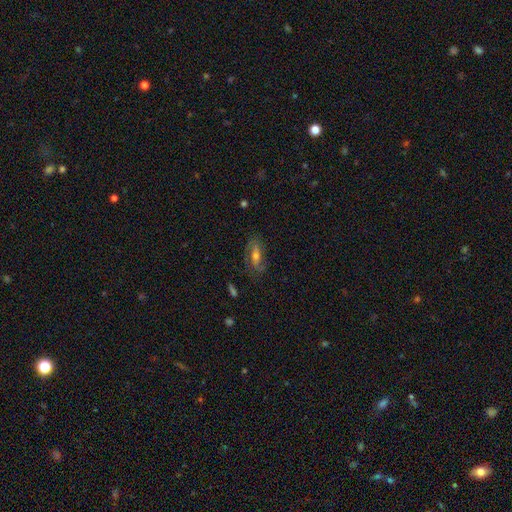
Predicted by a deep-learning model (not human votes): Smooth or featured: featured or disk — 59% (smooth — 31%)
Edge-on disk: no — 80% (yes — 20%)
Merging: none — 74% (minor disturbance — 17%)